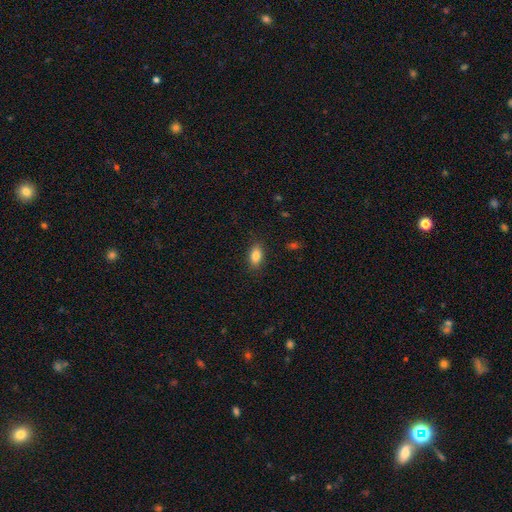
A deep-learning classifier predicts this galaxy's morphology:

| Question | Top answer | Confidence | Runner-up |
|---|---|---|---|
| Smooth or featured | smooth | 85% | star or artifact (8%) |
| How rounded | in between | 88% | round (6%) |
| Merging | none | 87% | minor disturbance (10%) |